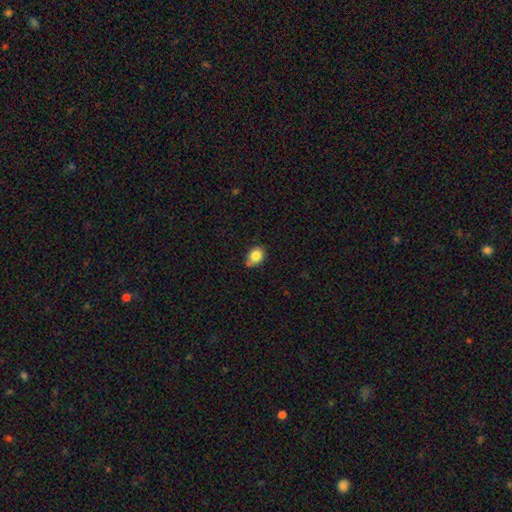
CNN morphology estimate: A smooth galaxy with no disk features (84%) that is in between round and cigar-shaped (54%).

Vote fractions:
- Smooth or featured? smooth: 84% / star or artifact: 9% / featured or disk: 7%
- How rounded? in between: 54% / round: 45% / cigar-shaped: 1%
- Merging? none: 65% / minor disturbance: 25% / merger: 6% / major disturbance: 4%